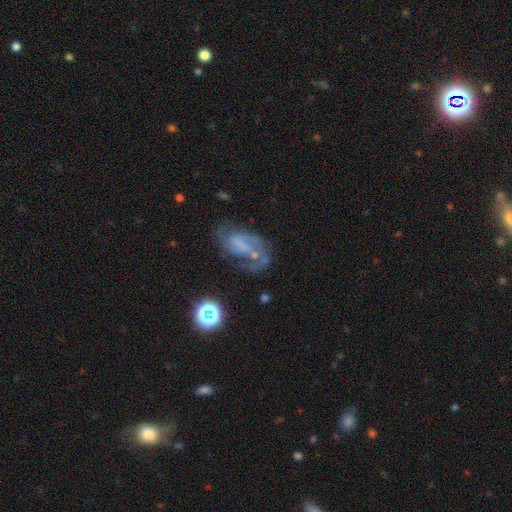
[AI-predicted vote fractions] Overall: featured or disk (63%). Edge-on disk: no (96%). Bar: no (47%; weak 38%). Spiral arms: yes (74%). Bulge size: none (56%; small 21%). Merging: none (42%; major disturbance 30%).